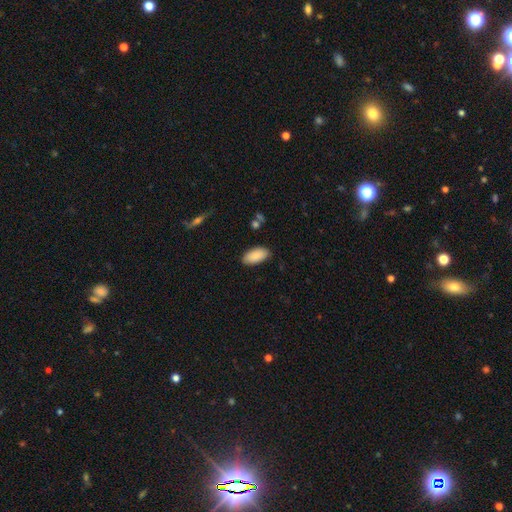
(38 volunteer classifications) Q: Smooth or featured?
A: smooth (87%); runner-up: featured or disk (8%)
Q: How rounded?
A: in between (94%); runner-up: round (6%)
Q: Merging?
A: none (75%); runner-up: minor disturbance (14%)